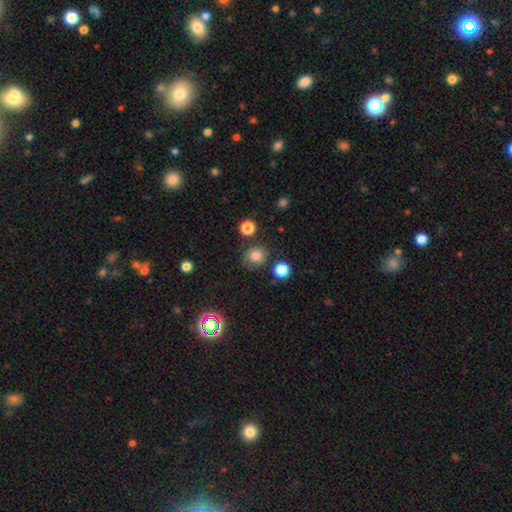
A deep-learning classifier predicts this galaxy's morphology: This appears to be a smooth galaxy with no disk features (80%) that is round (86%). Merging: none (79%).